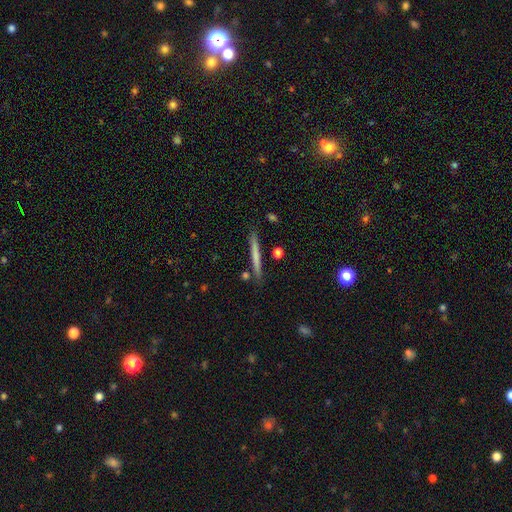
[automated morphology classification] smooth_or_featured: smooth (p=0.60) [alt: featured or disk p=0.34]
how_rounded: cigar-shaped (p=0.96) [alt: in between p=0.02]
merging: none (p=0.86) [alt: minor disturbance p=0.09]